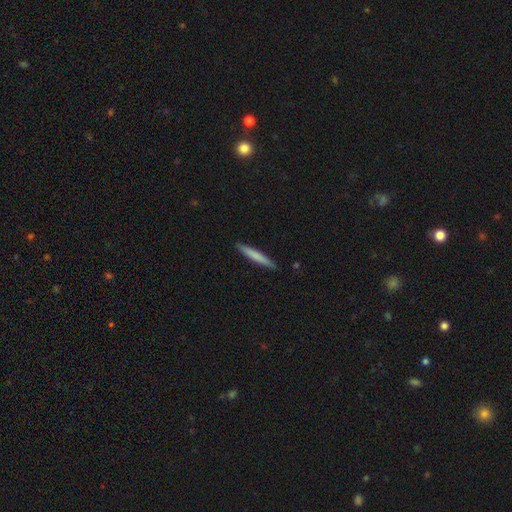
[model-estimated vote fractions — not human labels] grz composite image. It shows a smooth galaxy with no disk features (72%) that is cigar-shaped (95%). Merging: none (90%).